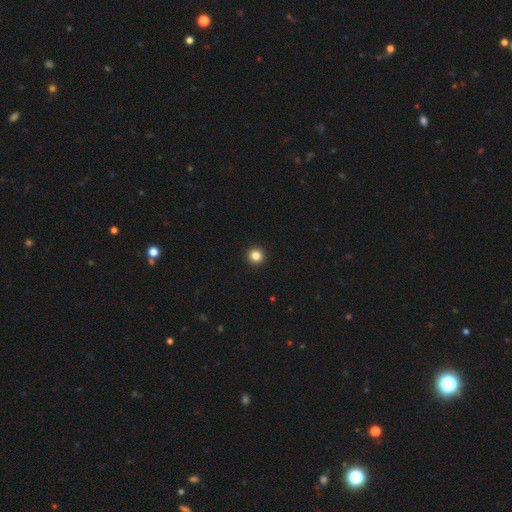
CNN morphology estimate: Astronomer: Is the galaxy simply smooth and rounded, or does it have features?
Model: smooth — 84%.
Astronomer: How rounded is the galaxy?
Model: round — 96%.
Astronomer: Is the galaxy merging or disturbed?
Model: none — 95%.